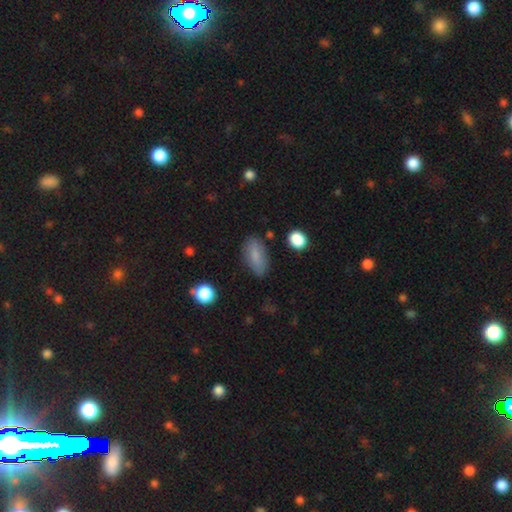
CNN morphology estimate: A smooth galaxy with no disk features (80%) that is in between round and cigar-shaped (85%). Merging: none (79%).